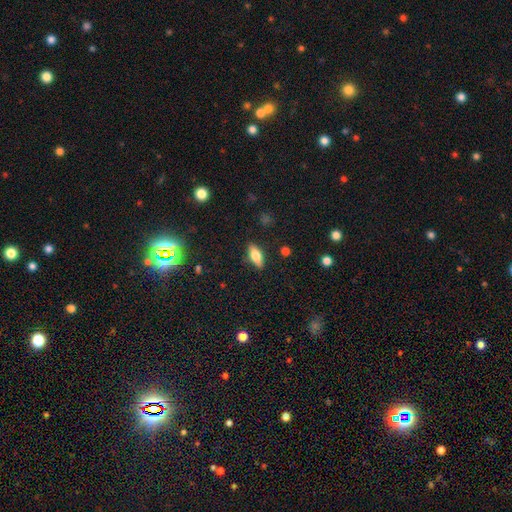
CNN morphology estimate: This is likely a smooth galaxy (65%). How rounded: likely in between (72%). Merging: clearly none (87%).